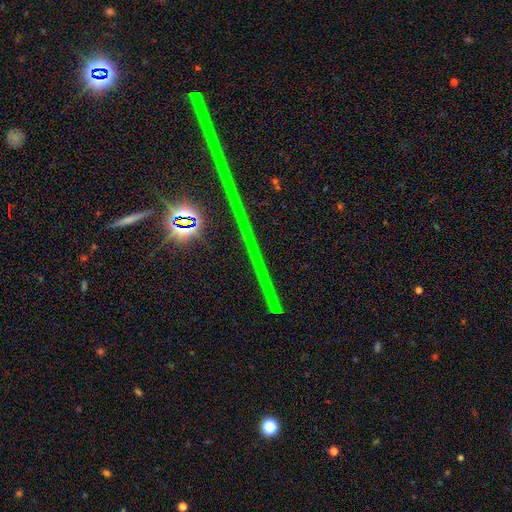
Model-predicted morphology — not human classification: smooth-or-featured: star or artifact: 81% | featured or disk: 12% | smooth: 8%